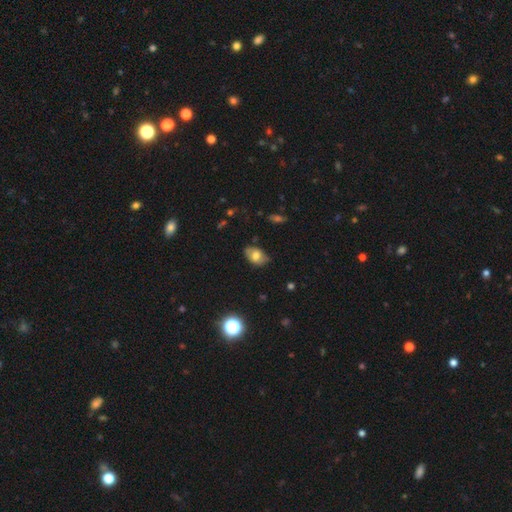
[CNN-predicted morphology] smooth_or_featured: smooth (p=0.65) [alt: featured or disk p=0.24]
how_rounded: in between (p=0.83) [alt: round p=0.16]
merging: none (p=0.70) [alt: minor disturbance p=0.23]